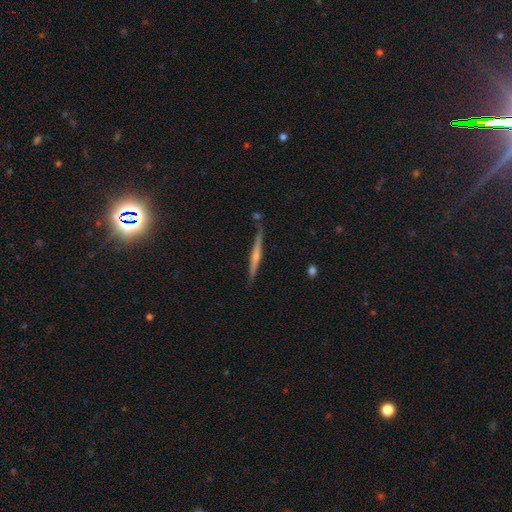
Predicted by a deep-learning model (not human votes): A featured or disk galaxy (58%) viewed edge-on (97%) with a rounded central bulge (52%). Merging: none (82%).